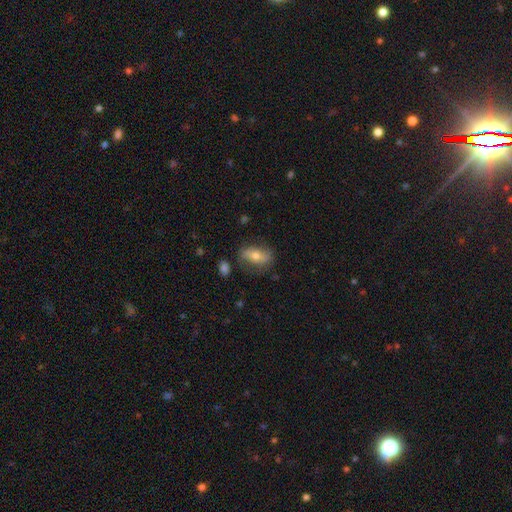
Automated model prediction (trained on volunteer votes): A smooth galaxy with no disk features (55%) that is in between round and cigar-shaped (81%).

Vote fractions:
- Smooth or featured? smooth: 55% / featured or disk: 37% / star or artifact: 8%
- How rounded? in between: 81% / round: 11% / cigar-shaped: 8%
- Merging? none: 72% / minor disturbance: 18% / major disturbance: 6% / merger: 3%